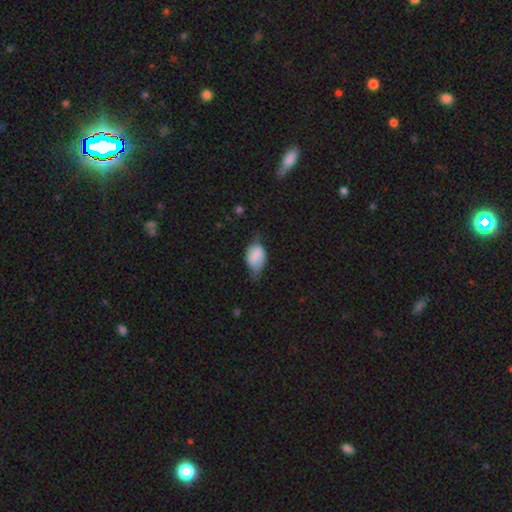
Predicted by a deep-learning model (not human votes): Overall: smooth (68%). How rounded: in between (82%). Merging: minor disturbance (42%; none 36%).